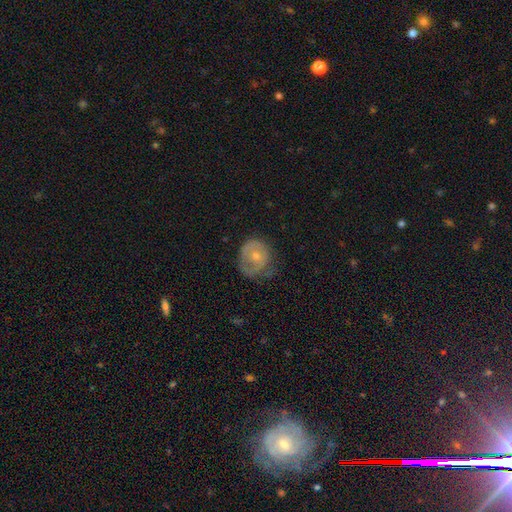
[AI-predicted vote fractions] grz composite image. It shows a smooth galaxy with no disk features (51%) that is round (74%). Merging: none (47%).